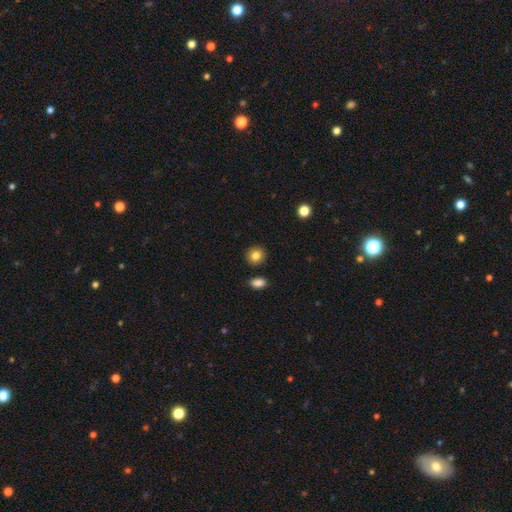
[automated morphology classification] Smooth or featured?
  - smooth: 83% *
  - star or artifact: 10%
  - featured or disk: 7%
How rounded?
  - round: 86% *
  - in between: 13%
  - cigar-shaped: 1%
Merging?
  - none: 88% *
  - minor disturbance: 7%
  - merger: 3%
  - major disturbance: 2%